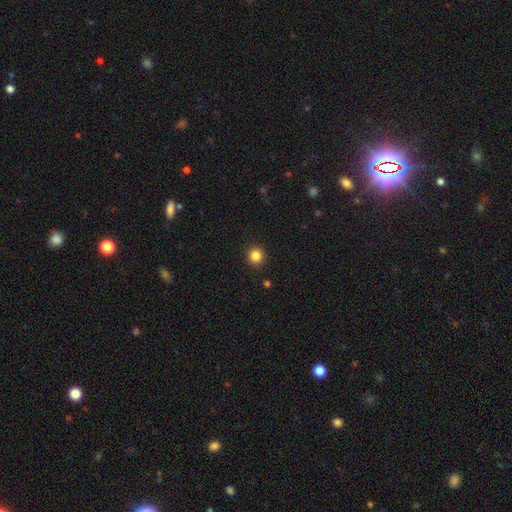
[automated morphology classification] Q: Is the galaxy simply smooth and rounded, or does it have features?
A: smooth — 85%.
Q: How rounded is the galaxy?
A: round — 91%.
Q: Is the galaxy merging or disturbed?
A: none — 91%.